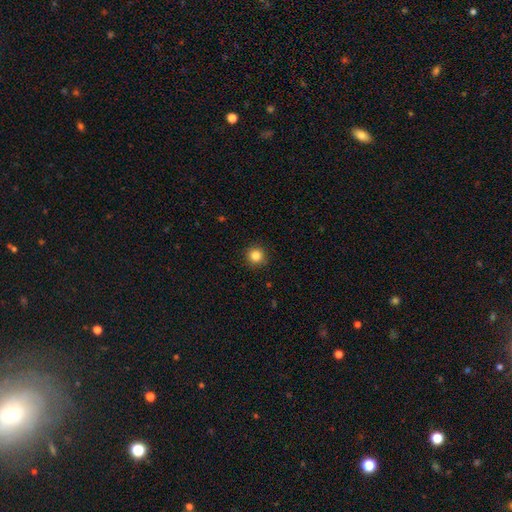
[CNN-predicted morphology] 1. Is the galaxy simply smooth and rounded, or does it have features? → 85% smooth, 11% star or artifact, 4% featured or disk.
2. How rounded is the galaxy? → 94% round, 5% in between, 1% cigar-shaped.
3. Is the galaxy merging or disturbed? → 91% none, 6% minor disturbance, 2% major disturbance, 1% merger.